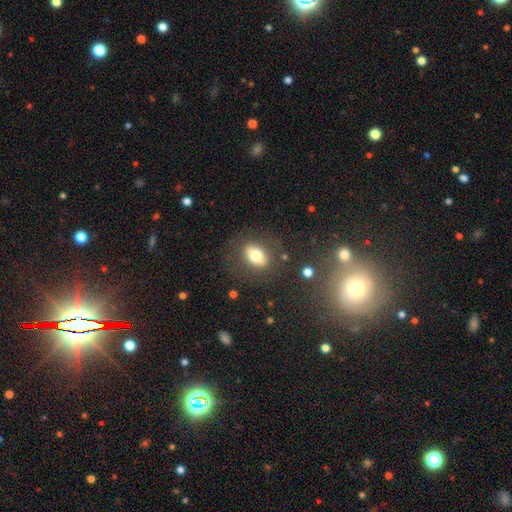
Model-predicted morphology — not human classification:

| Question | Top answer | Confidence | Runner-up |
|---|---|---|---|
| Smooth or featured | smooth | 71% | featured or disk (20%) |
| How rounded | in between | 77% | round (18%) |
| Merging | none | 78% | minor disturbance (13%) |